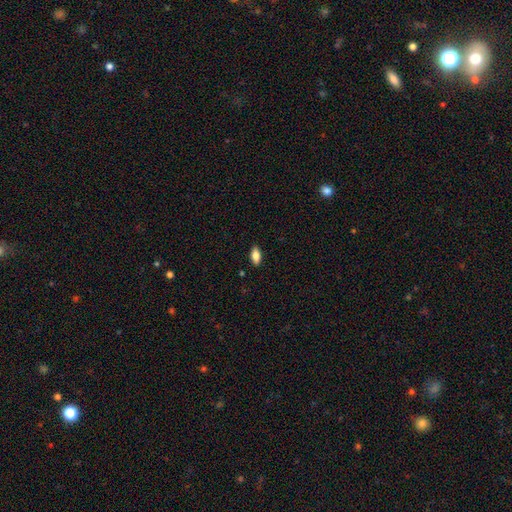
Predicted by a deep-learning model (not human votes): This is likely a smooth galaxy (77%). How rounded: clearly in between (86%). Merging: clearly none (89%).